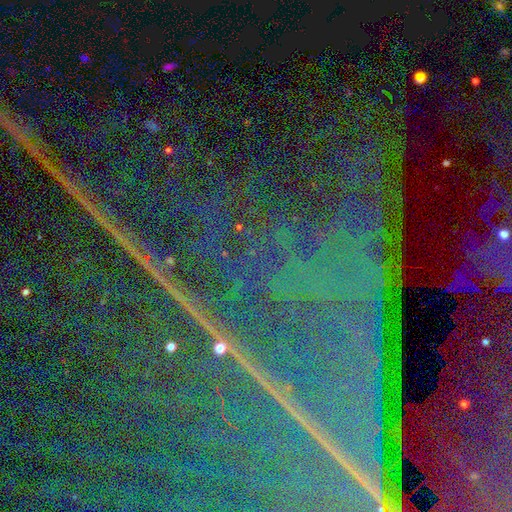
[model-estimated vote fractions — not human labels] Smooth or featured: star or artifact — 87% (featured or disk — 8%)